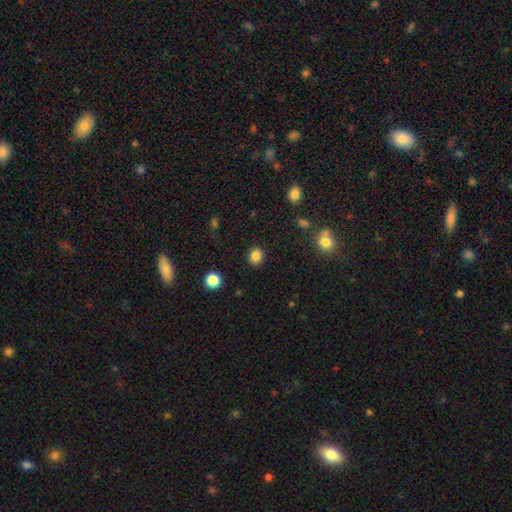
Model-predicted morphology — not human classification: type=smooth (84%); roundness=round (68%); merging=none (90%).